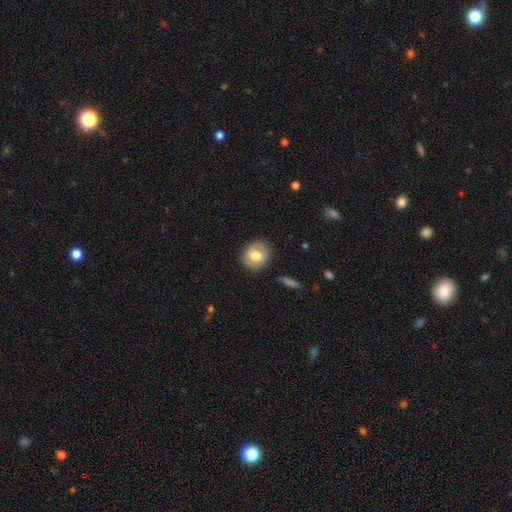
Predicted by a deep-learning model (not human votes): Smooth or featured: smooth — 73% (featured or disk — 20%)
How rounded: round — 78% (in between — 21%)
Merging: none — 88% (minor disturbance — 9%)